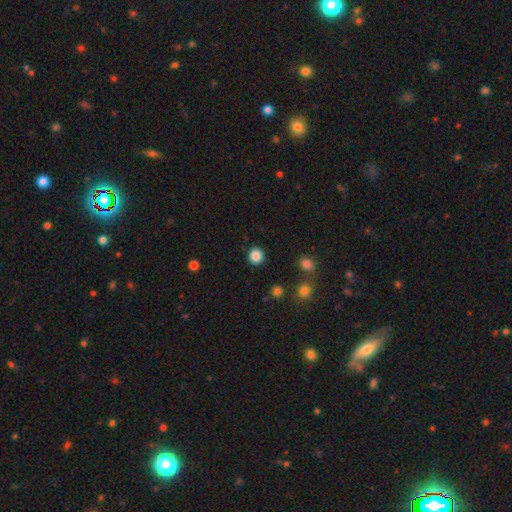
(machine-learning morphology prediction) The model was most divided on "smooth or featured": smooth: 86%, star or artifact: 10%, featured or disk: 3%. More confident: merging — none (92%); how rounded — round (91%).